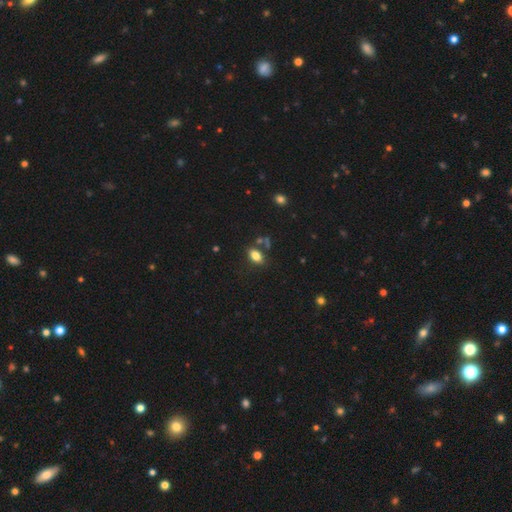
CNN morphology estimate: smooth-or-featured: smooth: 80% | star or artifact: 10% | featured or disk: 10%
  how-rounded: in between: 87% | round: 9% | cigar-shaped: 4%
  merging: none: 74% | minor disturbance: 13% | merger: 9% | major disturbance: 4%